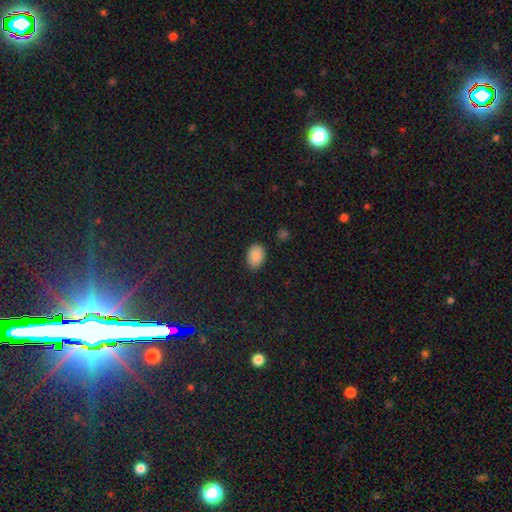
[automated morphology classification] Smooth or featured? Predicted: smooth (p=0.88). How rounded? Predicted: in between (p=0.84). Merging? Predicted: none (p=0.85).